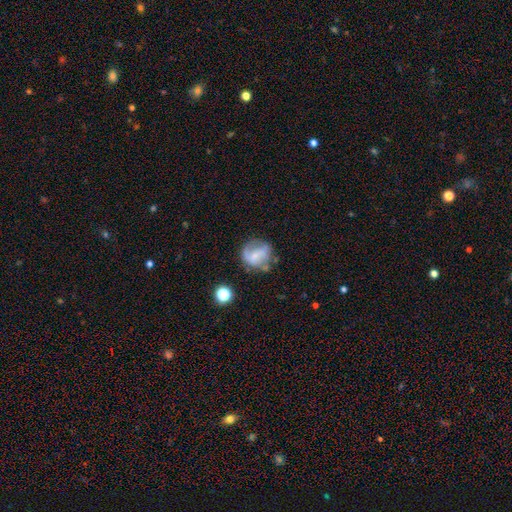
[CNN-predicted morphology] A featured or disk galaxy (48%).

Vote fractions:
- Smooth or featured? featured or disk: 48% / smooth: 42% / star or artifact: 10%
- Merging? none: 50% / minor disturbance: 25% / major disturbance: 19% / merger: 6%